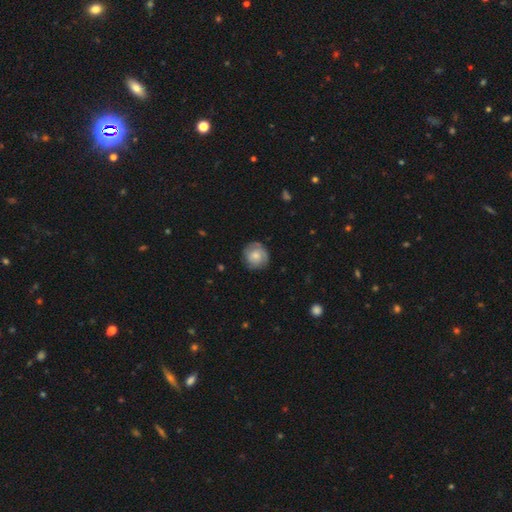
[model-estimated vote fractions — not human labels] This is possibly a smooth galaxy (56%). How rounded: clearly round (89%). Merging: likely none (79%).